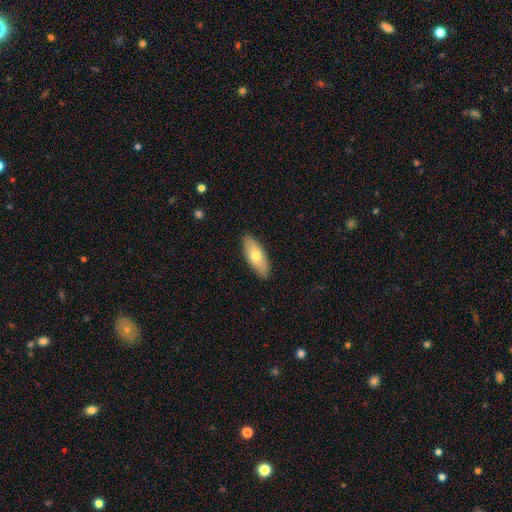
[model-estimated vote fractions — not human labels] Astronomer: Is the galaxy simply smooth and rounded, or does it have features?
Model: smooth — 66%.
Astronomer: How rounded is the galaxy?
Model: in between — 80%.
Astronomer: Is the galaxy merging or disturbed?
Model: none — 87%.